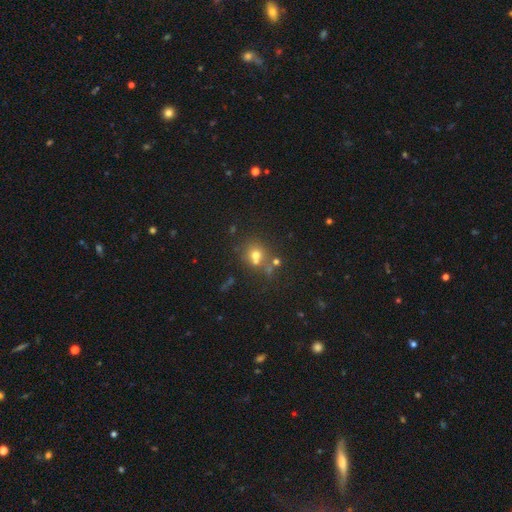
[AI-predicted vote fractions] A smooth galaxy with no disk features (64%) that is round (81%). Merging: none (55%).